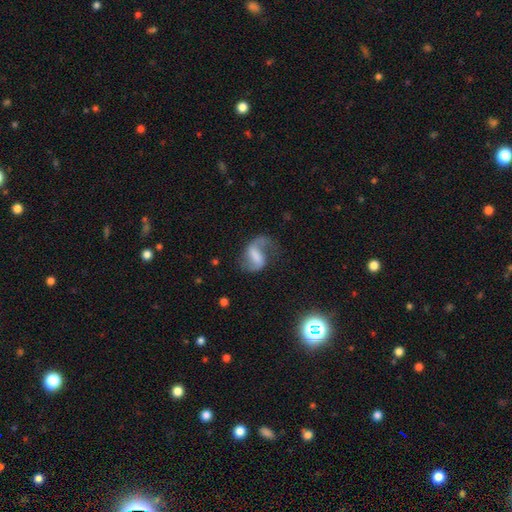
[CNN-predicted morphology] This appears to be a featured or disk galaxy (74%) with a weak bar (43%), 2 (80%) loose (62%) spiral arms (92%) and no central bulge (40%). Merging: none (51%).